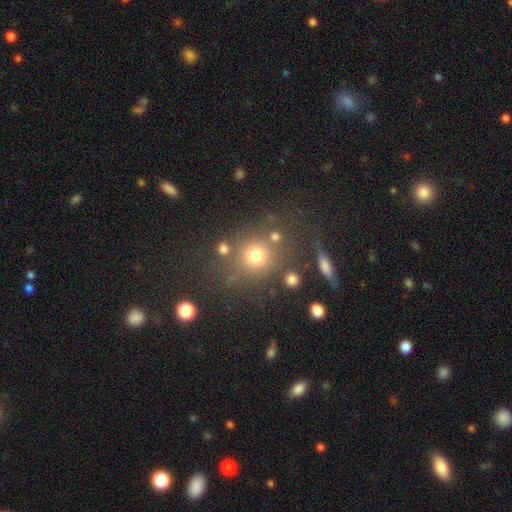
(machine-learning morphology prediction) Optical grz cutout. It shows a smooth galaxy with no disk features (72%) that is round (84%). Merging: none (70%).